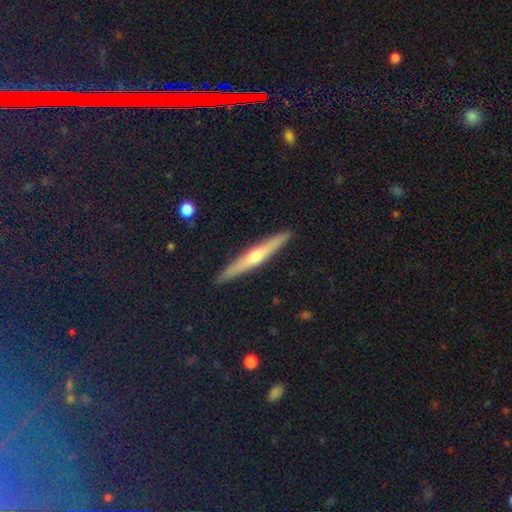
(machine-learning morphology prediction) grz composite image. It shows a featured or disk galaxy (62%) viewed edge-on (96%) with a rounded central bulge (82%). Merging: none (91%).